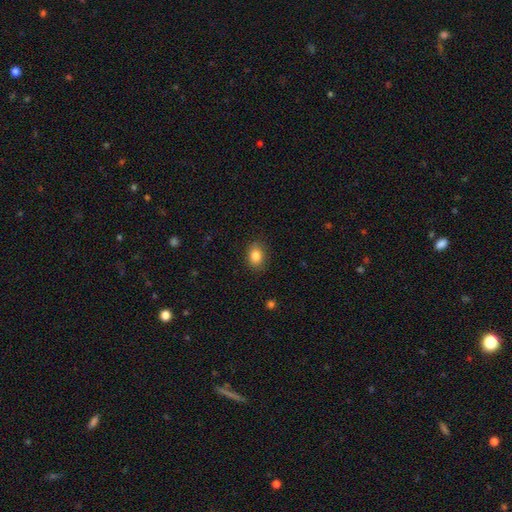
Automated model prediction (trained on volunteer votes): Smooth or featured? smooth (85%)
How rounded? in between (67%)
Merging? none (86%)